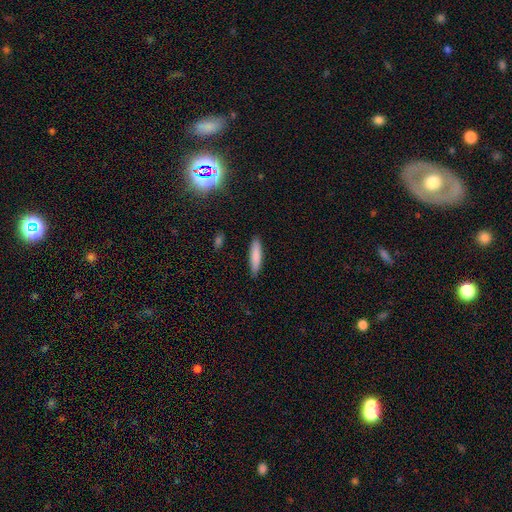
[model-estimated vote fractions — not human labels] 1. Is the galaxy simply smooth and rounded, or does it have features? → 84% smooth, 10% featured or disk, 6% star or artifact.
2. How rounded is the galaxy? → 79% cigar-shaped, 19% in between, 1% round.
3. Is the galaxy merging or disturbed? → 88% none, 9% minor disturbance, 2% major disturbance, 1% merger.